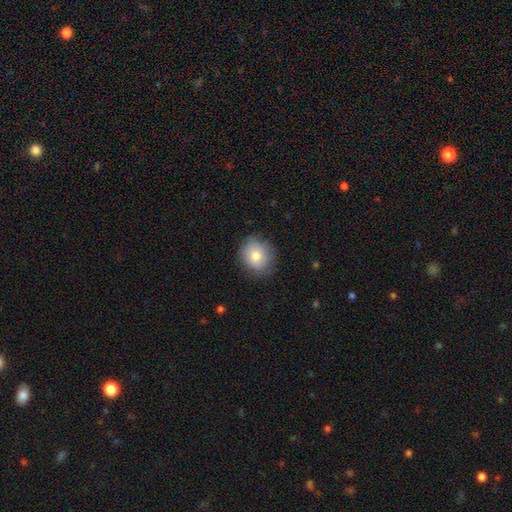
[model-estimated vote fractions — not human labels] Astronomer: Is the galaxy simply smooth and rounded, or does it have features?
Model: smooth — 79%.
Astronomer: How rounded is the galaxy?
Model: round — 76%.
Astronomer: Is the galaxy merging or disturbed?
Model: none — 79%.